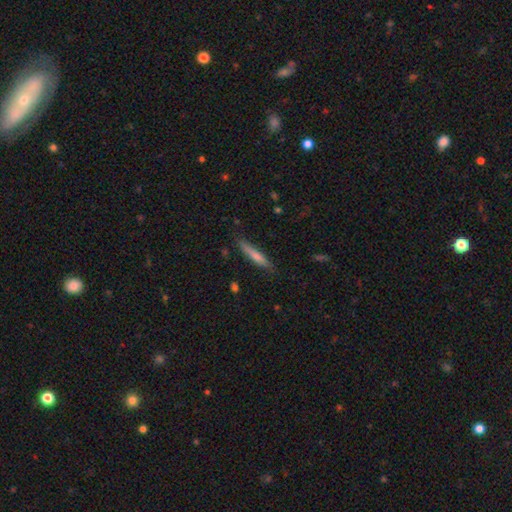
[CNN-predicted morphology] Smooth or featured? Predicted: smooth (p=0.69). How rounded? Predicted: cigar-shaped (p=0.92). Merging? Predicted: none (p=0.81).